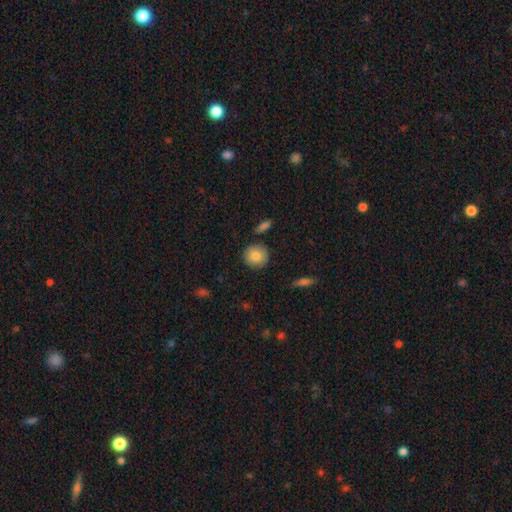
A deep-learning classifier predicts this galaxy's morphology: This is clearly a smooth galaxy (82%). How rounded: clearly round (92%). Merging: clearly none (88%).